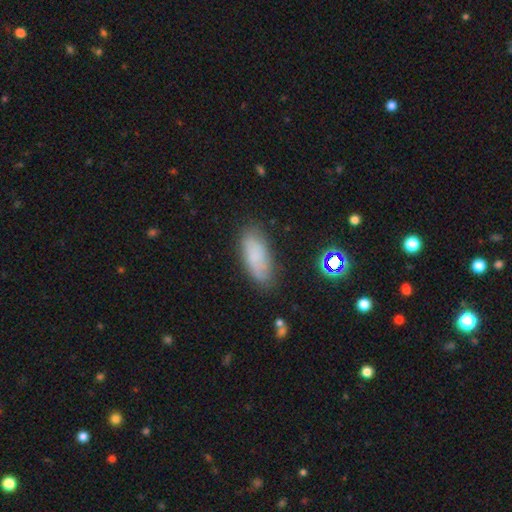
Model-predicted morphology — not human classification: This appears to be a smooth galaxy with no disk features (75%) that is in between round and cigar-shaped (80%). Merging: none (76%).